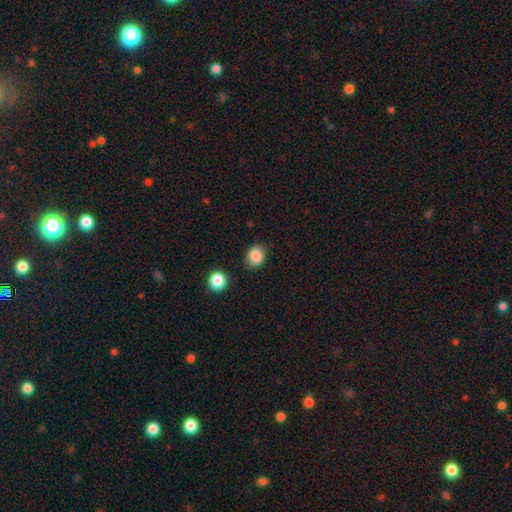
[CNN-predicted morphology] smooth_or_featured: smooth (p=0.87) [alt: star or artifact p=0.09]
how_rounded: in between (p=0.51) [alt: round p=0.48]
merging: none (p=0.77) [alt: minor disturbance p=0.16]